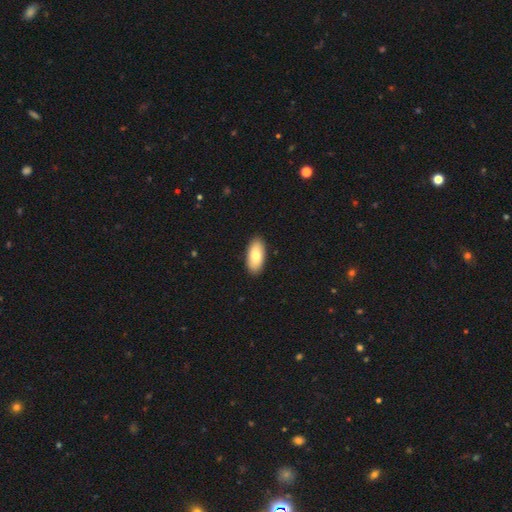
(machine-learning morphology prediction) smooth 79%, featured or disk 16%, star or artifact 6%. Down the decision tree: how rounded — in between (91%); merging — none (90%).